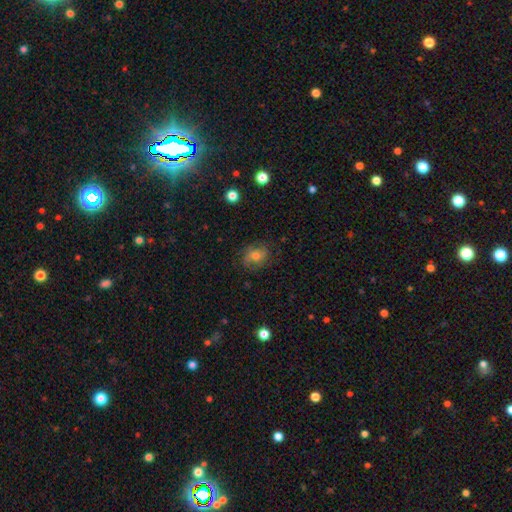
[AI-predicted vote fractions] Smooth or featured?
  - smooth: 59% *
  - featured or disk: 28%
  - star or artifact: 13%
How rounded?
  - in between: 50% *
  - round: 49%
  - cigar-shaped: 1%
Merging?
  - none: 72% *
  - minor disturbance: 19%
  - major disturbance: 7%
  - merger: 1%